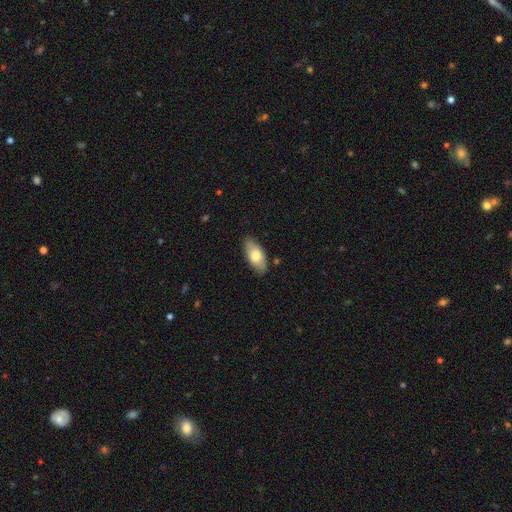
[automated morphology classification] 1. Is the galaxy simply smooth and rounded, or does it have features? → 70% smooth, 24% featured or disk, 6% star or artifact.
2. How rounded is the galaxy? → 92% in between, 6% cigar-shaped, 3% round.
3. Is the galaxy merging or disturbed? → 81% none, 15% minor disturbance, 3% major disturbance, 1% merger.